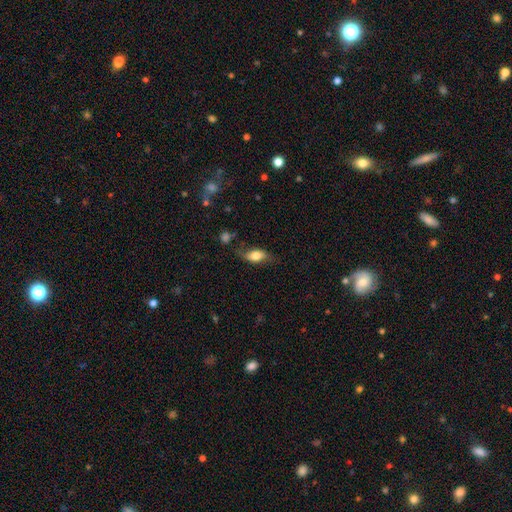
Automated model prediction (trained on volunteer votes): This is likely a smooth galaxy (65%). How rounded: clearly in between (83%). Merging: likely none (61%).